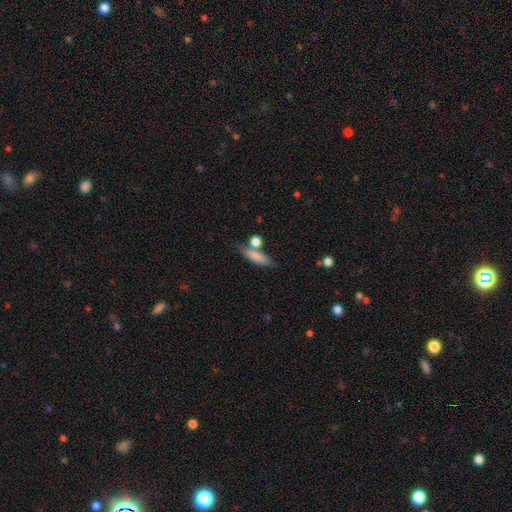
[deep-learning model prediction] Smooth or featured: smooth — 80% (featured or disk — 13%)
How rounded: cigar-shaped — 51% (in between — 43%)
Merging: none — 60% (merger — 18%)